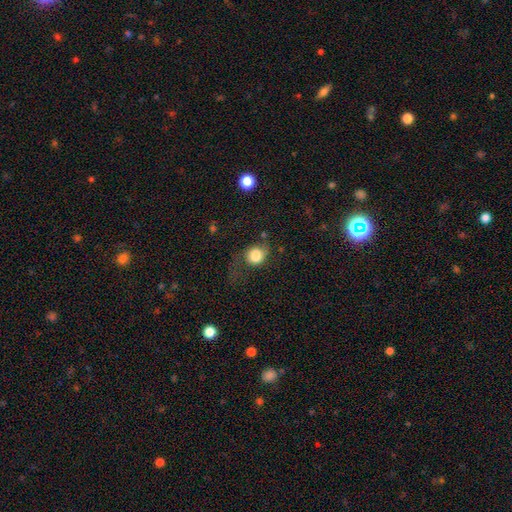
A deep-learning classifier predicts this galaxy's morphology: Q: Smooth or featured?
A: smooth (77%); runner-up: featured or disk (14%)
Q: How rounded?
A: round (66%); runner-up: in between (33%)
Q: Merging?
A: none (41%); runner-up: major disturbance (31%)